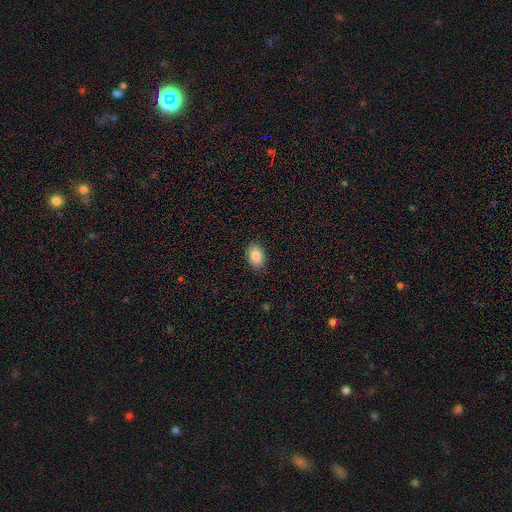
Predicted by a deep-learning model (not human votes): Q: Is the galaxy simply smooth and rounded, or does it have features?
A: smooth — 85%.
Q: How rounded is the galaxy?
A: in between — 83%.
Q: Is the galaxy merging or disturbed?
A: none — 87%.